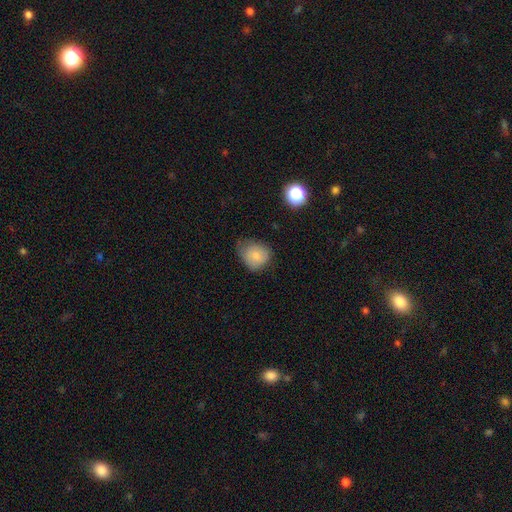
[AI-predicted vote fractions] Smooth or featured?
  - smooth: 77% *
  - featured or disk: 14%
  - star or artifact: 9%
How rounded?
  - round: 69% *
  - in between: 30%
  - cigar-shaped: 1%
Merging?
  - none: 46% *
  - minor disturbance: 40%
  - major disturbance: 12%
  - merger: 2%